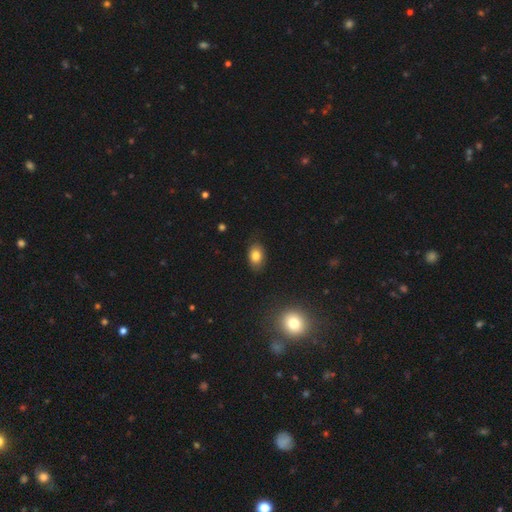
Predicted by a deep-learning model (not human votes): Smooth or featured? smooth (82%)
How rounded? in between (82%)
Merging? none (83%)